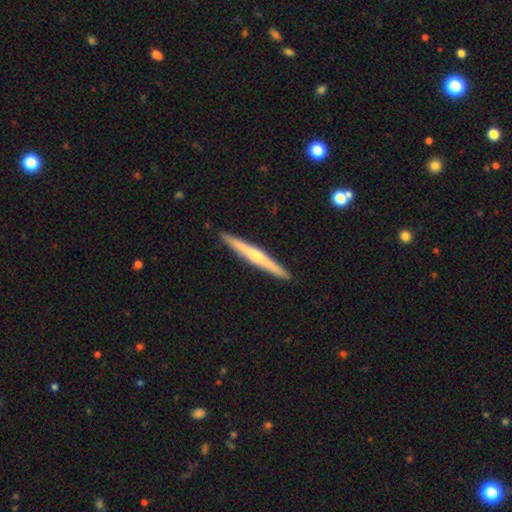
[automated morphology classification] Overall: featured or disk (58%; smooth 37%). Edge-on disk: yes (98%). Edge-on bulge: rounded (58%; none 36%). Merging: none (92%).